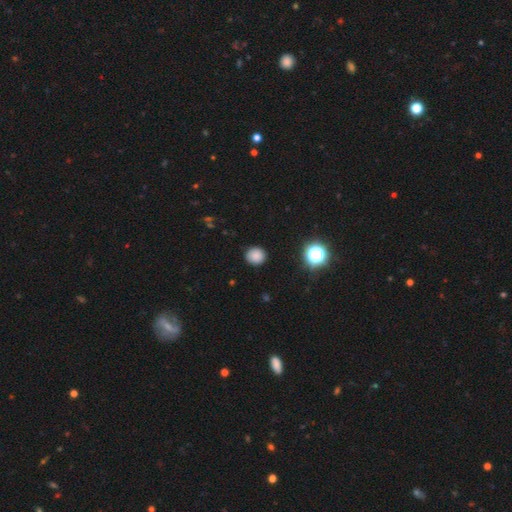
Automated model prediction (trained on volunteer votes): This is clearly a smooth galaxy (84%). How rounded: clearly round (86%). Merging: clearly none (89%).